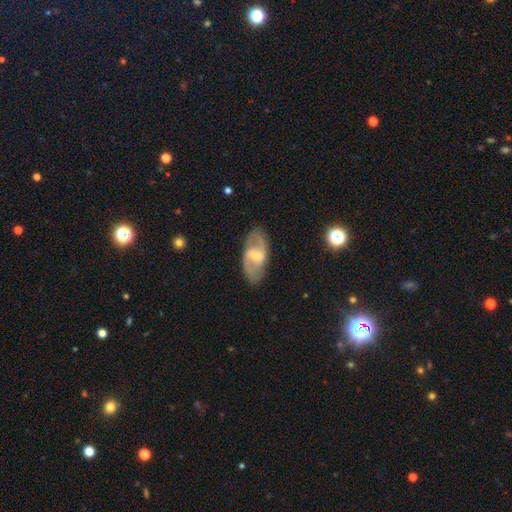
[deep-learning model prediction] smooth_or_featured: featured or disk (p=0.70) [alt: smooth p=0.24]
disk_edge_on: no (p=0.93) [alt: yes p=0.07]
bar: weak (p=0.48) [alt: strong p=0.36]
has_spiral_arms: yes (p=0.77) [alt: no p=0.23]
spiral_winding: medium (p=0.48) [alt: loose p=0.31]
spiral_arm_count: 2 (p=0.84) [alt: can't tell p=0.11]
bulge_size: small (p=0.46) [alt: moderate p=0.44]
merging: none (p=0.82) [alt: minor disturbance p=0.12]